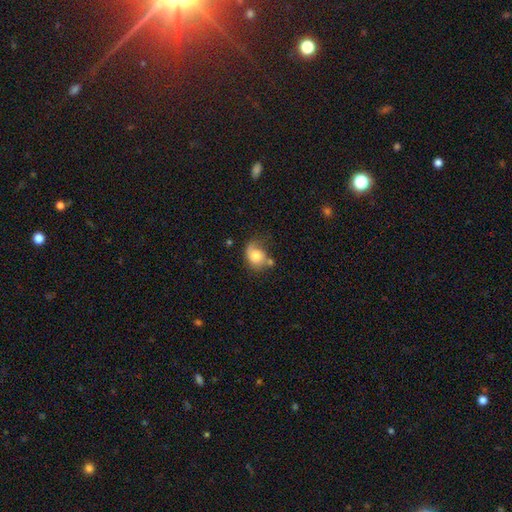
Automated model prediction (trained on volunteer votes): A smooth galaxy with no disk features (67%) that is in between round and cigar-shaped (50%). Merging: none (41%).